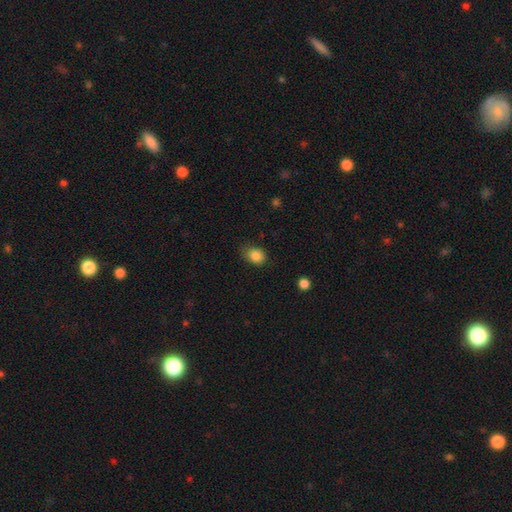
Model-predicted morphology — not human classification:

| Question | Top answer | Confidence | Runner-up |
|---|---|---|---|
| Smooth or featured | smooth | 86% | star or artifact (9%) |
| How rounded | in between | 60% | round (39%) |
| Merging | none | 66% | minor disturbance (26%) |